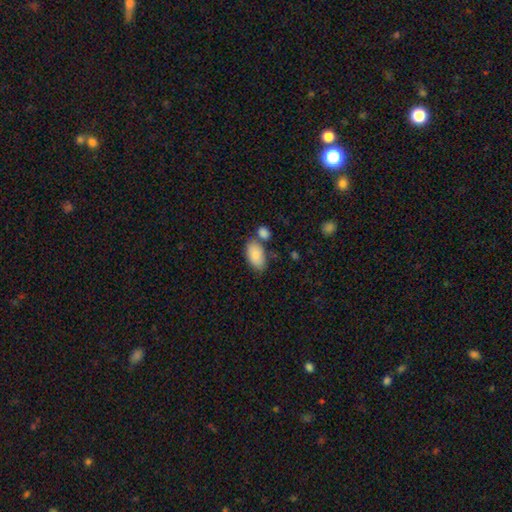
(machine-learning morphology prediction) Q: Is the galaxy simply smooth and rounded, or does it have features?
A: smooth — 86%.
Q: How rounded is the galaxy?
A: in between — 94%.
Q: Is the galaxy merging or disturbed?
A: none — 60%.